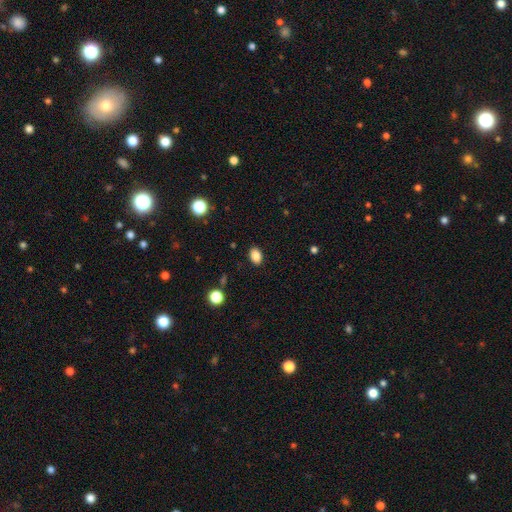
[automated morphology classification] Smooth or featured: smooth — 86% (star or artifact — 10%)
How rounded: in between — 80% (round — 18%)
Merging: none — 89% (minor disturbance — 8%)